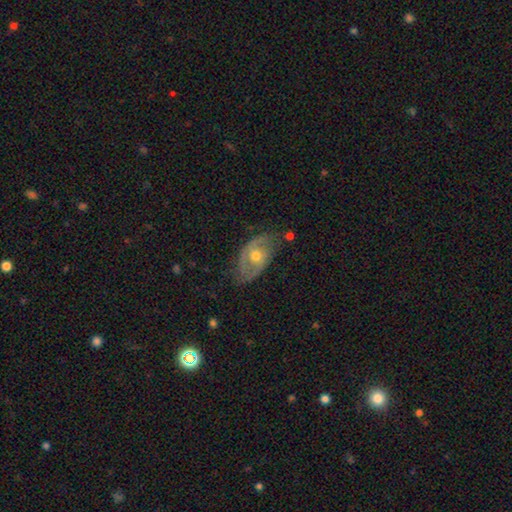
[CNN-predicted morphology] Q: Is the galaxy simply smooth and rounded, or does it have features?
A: featured or disk — 71%.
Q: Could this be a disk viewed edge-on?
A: no — 92%.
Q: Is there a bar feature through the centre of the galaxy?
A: no — 71%.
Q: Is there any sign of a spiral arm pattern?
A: yes — 72%.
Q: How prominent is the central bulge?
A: moderate — 69%.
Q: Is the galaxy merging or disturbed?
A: none — 68%.